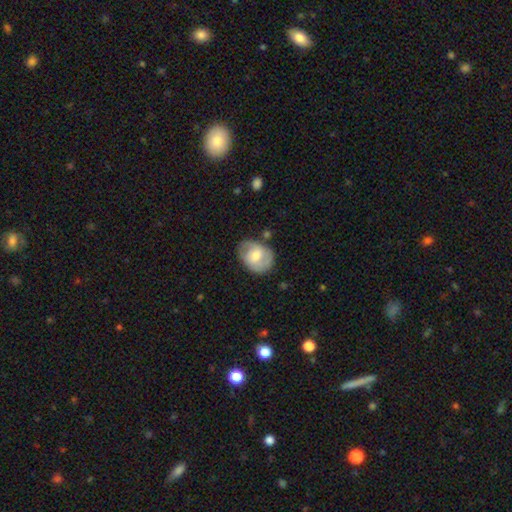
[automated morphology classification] This is possibly a featured or disk galaxy (52%). It is clearly not viewed edge-on (96%). Bar: possibly no (45%). Spiral arm pattern: likely yes (76%). Central bulge: likely moderate (62%). Merging: likely none (69%).